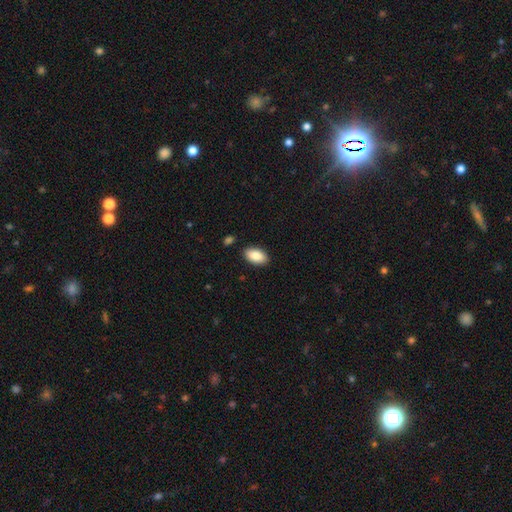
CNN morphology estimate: Smooth or featured: smooth — 87% (star or artifact — 6%)
How rounded: in between — 94% (round — 4%)
Merging: none — 88% (minor disturbance — 8%)